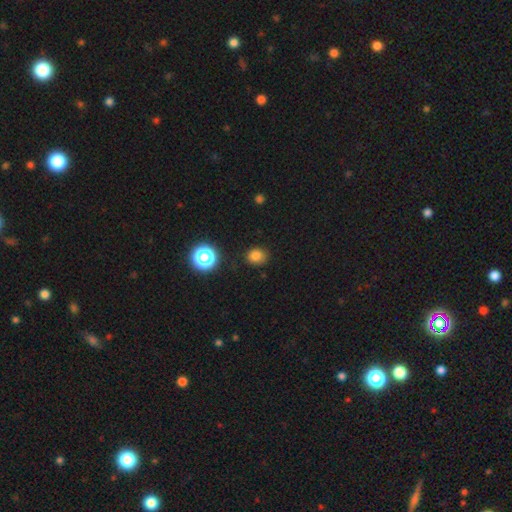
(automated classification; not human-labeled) Q: Smooth or featured?
A: smooth (79%); runner-up: star or artifact (16%)
Q: How rounded?
A: round (68%); runner-up: in between (31%)
Q: Merging?
A: none (84%); runner-up: minor disturbance (12%)